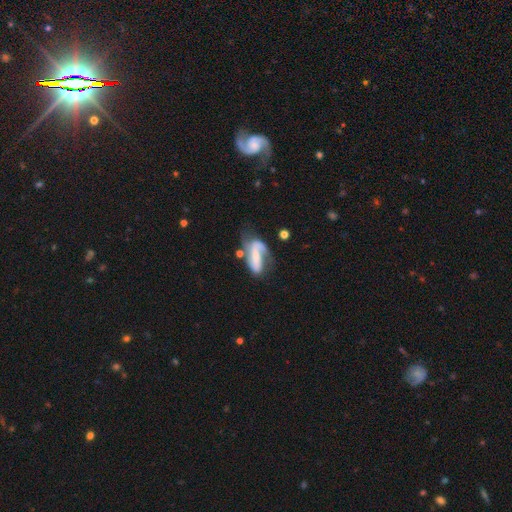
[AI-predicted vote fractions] smooth_or_featured: featured or disk (p=0.69) [alt: smooth p=0.24]
disk_edge_on: no (p=0.94) [alt: yes p=0.06]
bar: strong (p=0.41) [alt: no p=0.31]
has_spiral_arms: yes (p=0.86) [alt: no p=0.14]
spiral_winding: loose (p=0.41) [alt: medium p=0.37]
spiral_arm_count: 2 (p=0.58) [alt: 1 p=0.32]
bulge_size: small (p=0.41) [alt: none p=0.29]
merging: none (p=0.36) [alt: major disturbance p=0.29]